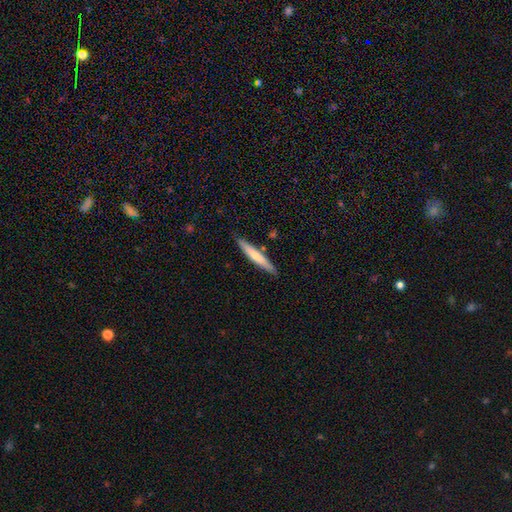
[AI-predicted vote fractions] Morphology: type=smooth (62%); roundness=cigar-shaped (93%); merging=none (85%).